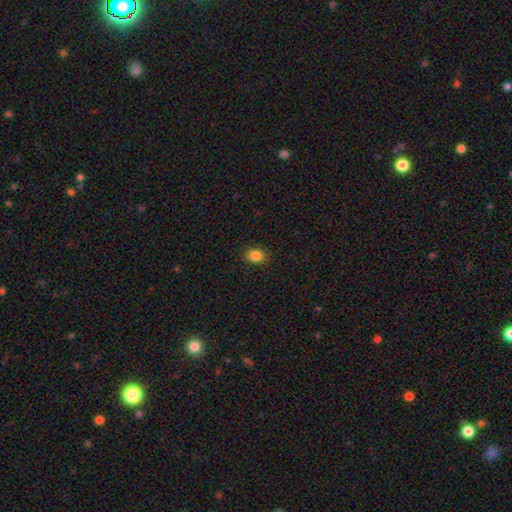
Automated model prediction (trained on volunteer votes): Smooth or featured: smooth — 86% (star or artifact — 10%)
How rounded: in between — 69% (round — 30%)
Merging: none — 89% (minor disturbance — 8%)